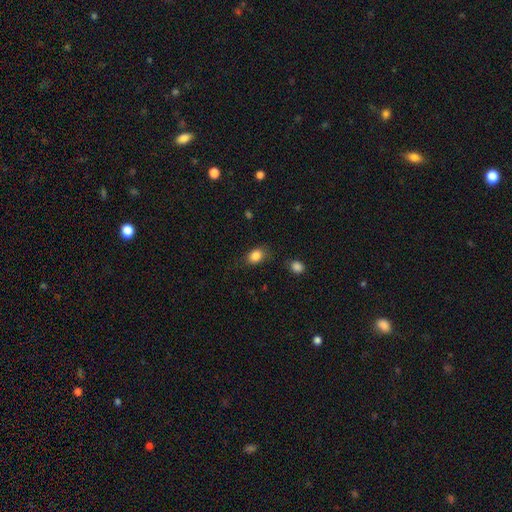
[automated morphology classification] Overall: smooth (84%). How rounded: in between (67%; round 32%). Merging: none (73%).